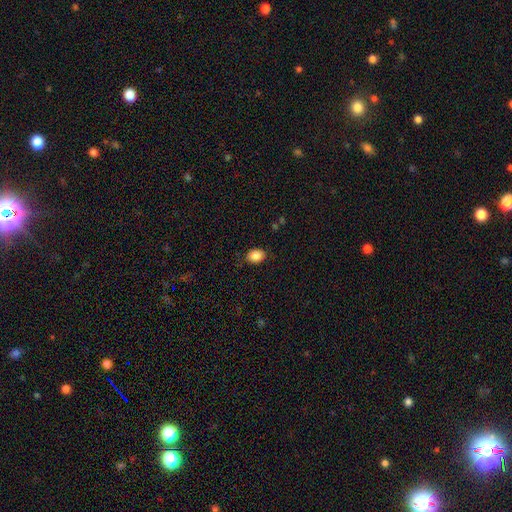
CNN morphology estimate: This appears to be a smooth galaxy with no disk features (88%) that is in between round and cigar-shaped (63%). Merging: none (82%).